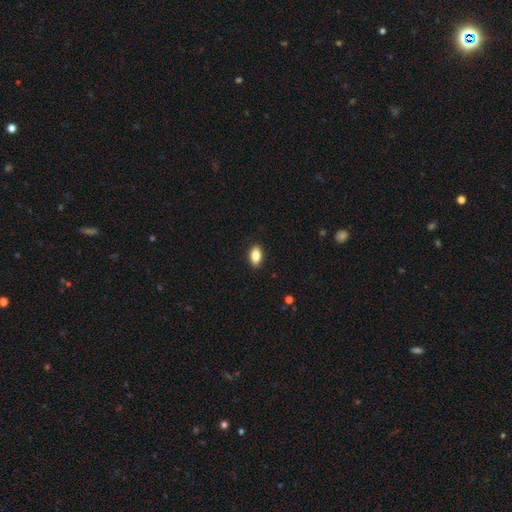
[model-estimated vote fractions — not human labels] Morphology: type=smooth (84%); roundness=in between (90%); merging=none (90%).